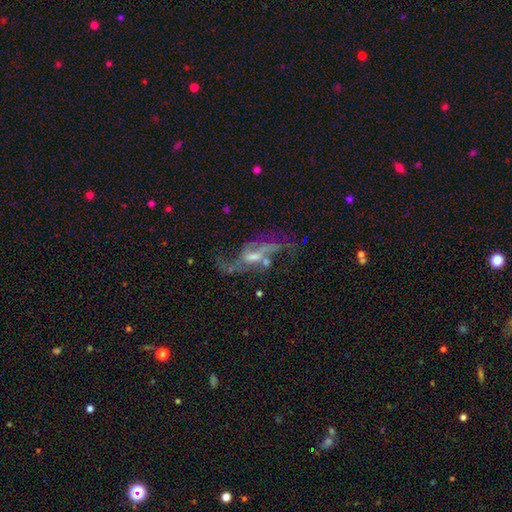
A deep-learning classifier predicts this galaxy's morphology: Smooth or featured: featured or disk — 83% (star or artifact — 9%)
Edge-on disk: no — 92% (yes — 8%)
Bar: weak — 45% (no — 35%)
Spiral arms: yes — 89% (no — 11%)
Spiral winding: loose — 75% (medium — 20%)
Spiral arm count: 2 — 74% (3 — 8%)
Bulge size: small — 45% (moderate — 41%)
Merging: none — 51% (major disturbance — 23%)